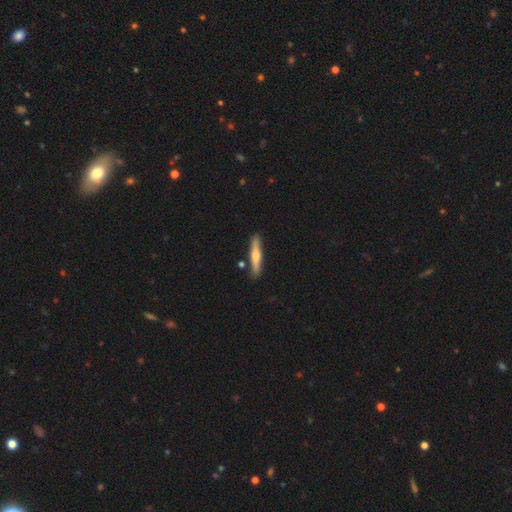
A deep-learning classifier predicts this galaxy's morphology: Smooth or featured?
  - smooth: 50% *
  - featured or disk: 44%
  - star or artifact: 5%
How rounded?
  - cigar-shaped: 90% *
  - in between: 8%
  - round: 2%
Merging?
  - none: 85% *
  - minor disturbance: 10%
  - merger: 4%
  - major disturbance: 2%